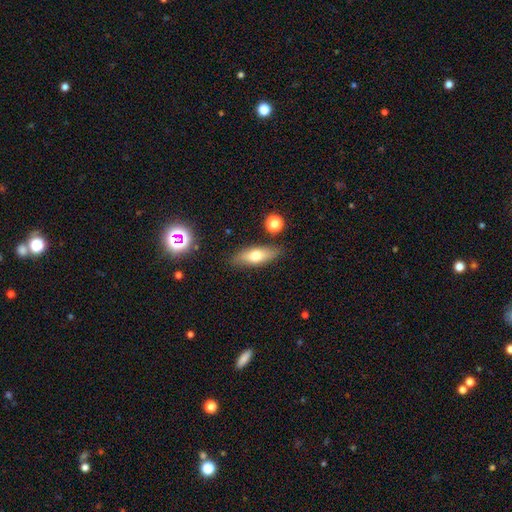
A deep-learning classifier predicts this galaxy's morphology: Smooth or featured? smooth (64%)
How rounded? in between (64%)
Merging? none (83%)